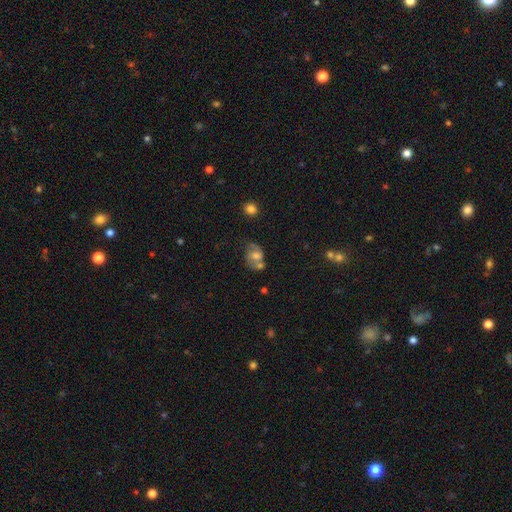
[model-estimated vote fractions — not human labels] smooth 45%, featured or disk 44%, star or artifact 11%. Down the decision tree: merging — none (38%).